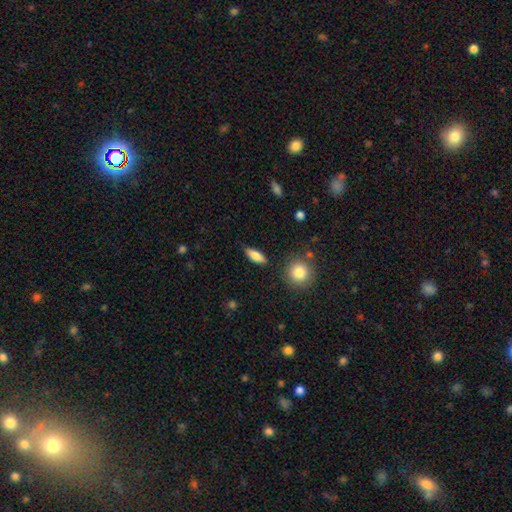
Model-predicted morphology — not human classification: A smooth galaxy with no disk features (78%) that is in between round and cigar-shaped (68%).

Vote fractions:
- Smooth or featured? smooth: 78% / featured or disk: 15% / star or artifact: 7%
- How rounded? in between: 68% / cigar-shaped: 29% / round: 4%
- Merging? none: 83% / minor disturbance: 12% / major disturbance: 3% / merger: 2%